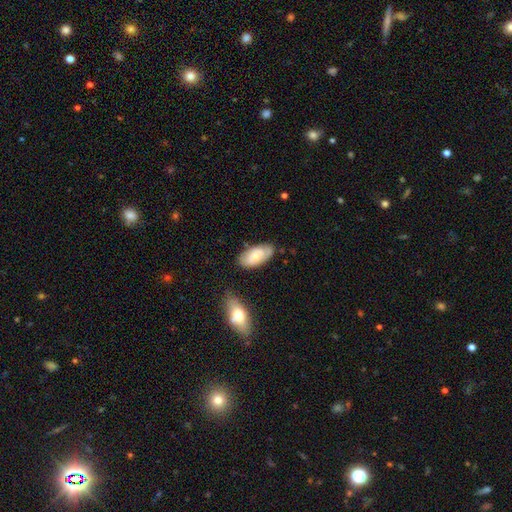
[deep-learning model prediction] Morphology: type=smooth (58%); roundness=in between (93%); merging=none (74%).